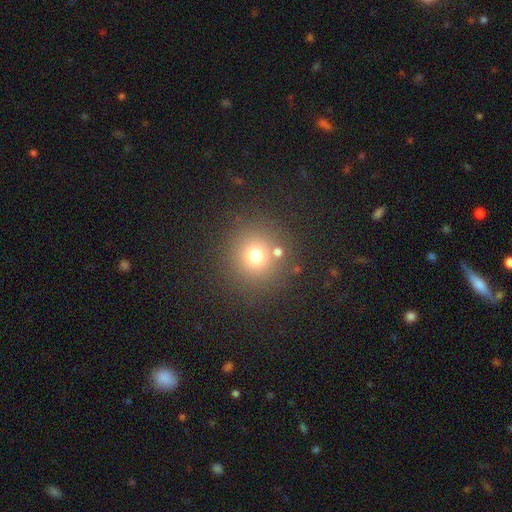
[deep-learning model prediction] Smooth or featured? Predicted: smooth (p=0.70). How rounded? Predicted: round (p=0.92). Merging? Predicted: none (p=0.78).